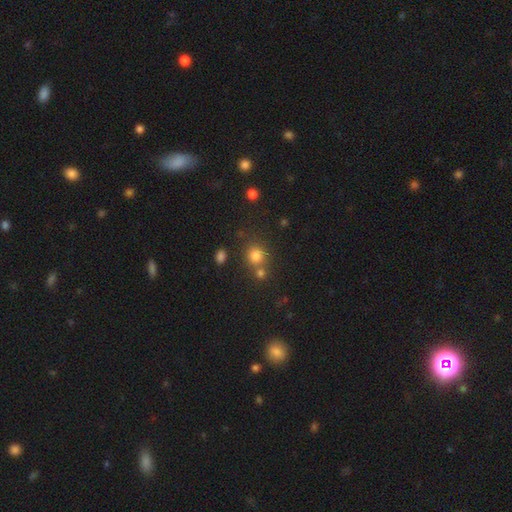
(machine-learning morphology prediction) smooth-or-featured: smooth: 80% | star or artifact: 14% | featured or disk: 6%
  how-rounded: round: 86% | in between: 13% | cigar-shaped: 1%
  merging: none: 62% | merger: 24% | minor disturbance: 9% | major disturbance: 4%